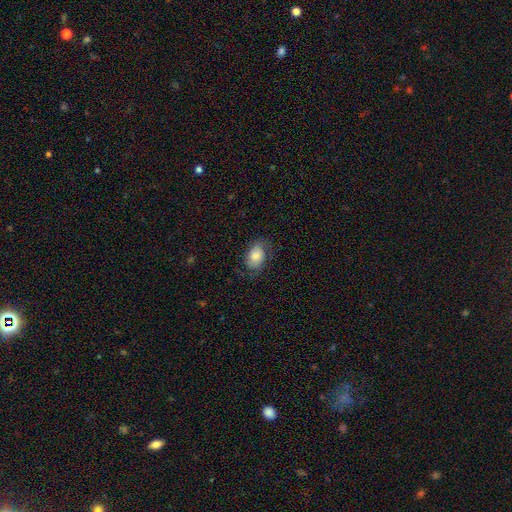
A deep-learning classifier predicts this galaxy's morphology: Smooth or featured? Predicted: smooth (p=0.72). How rounded? Predicted: in between (p=0.83). Merging? Predicted: none (p=0.66).